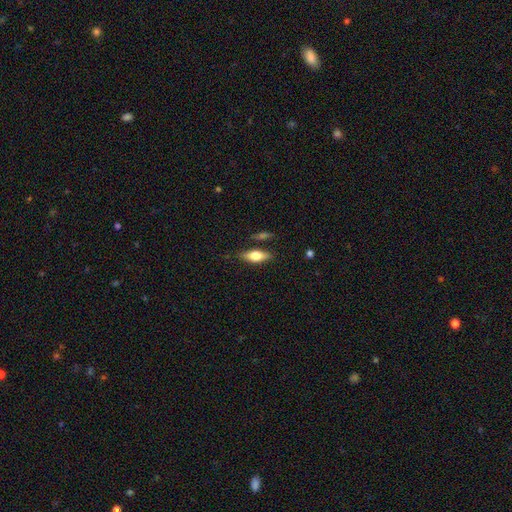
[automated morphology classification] Smooth or featured?
  - smooth: 62% *
  - featured or disk: 31%
  - star or artifact: 7%
How rounded?
  - in between: 69% *
  - cigar-shaped: 28%
  - round: 3%
Merging?
  - none: 78% *
  - minor disturbance: 14%
  - merger: 5%
  - major disturbance: 4%